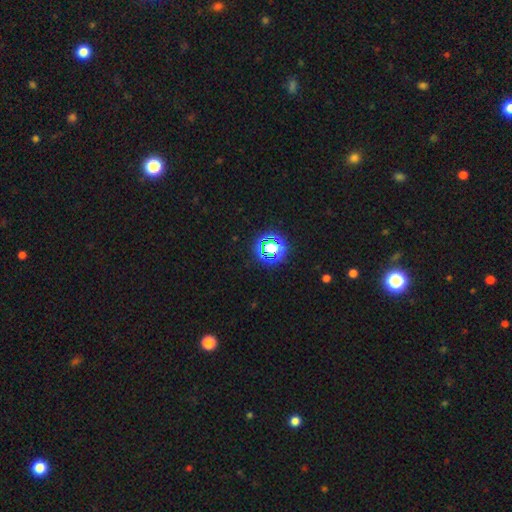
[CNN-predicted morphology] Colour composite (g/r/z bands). It shows a star or artifact, not a galaxy (74%).